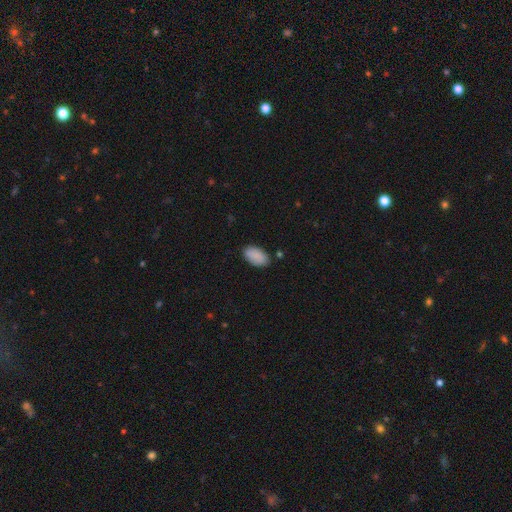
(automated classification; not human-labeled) Overall: smooth (89%). How rounded: in between (94%). Merging: none (82%).